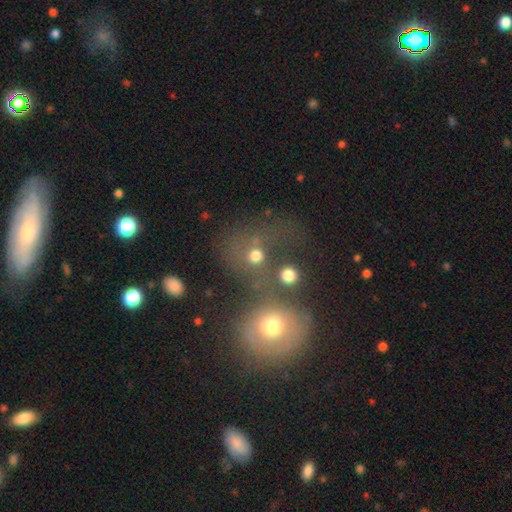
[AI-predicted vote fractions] Morphology: type=smooth (68%); roundness=round (81%); merging=none (44%).